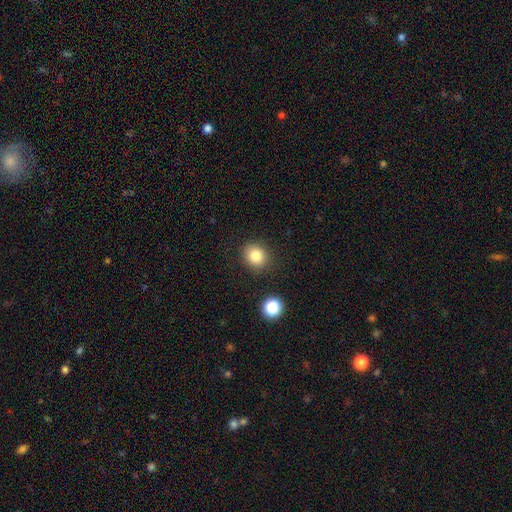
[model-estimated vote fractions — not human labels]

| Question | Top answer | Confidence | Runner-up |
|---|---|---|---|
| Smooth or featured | smooth | 82% | star or artifact (12%) |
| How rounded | round | 78% | in between (21%) |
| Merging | none | 87% | minor disturbance (8%) |